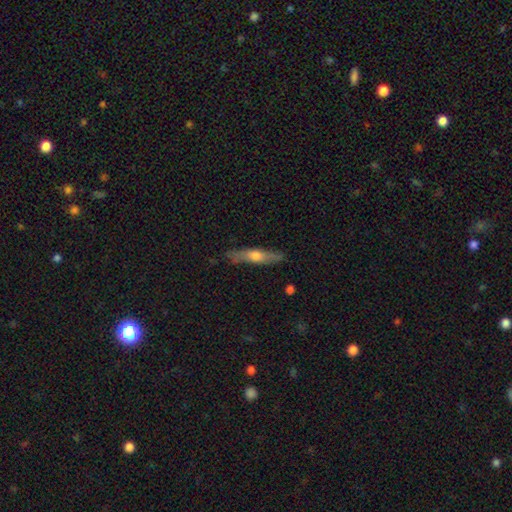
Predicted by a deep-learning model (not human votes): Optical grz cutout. It shows a featured or disk galaxy (50%) viewed edge-on (86%). Merging: none (81%).